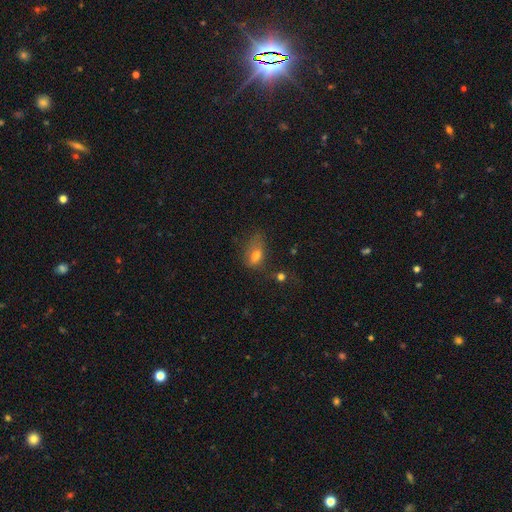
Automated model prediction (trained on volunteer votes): Q: Smooth or featured?
A: smooth (72%); runner-up: featured or disk (16%)
Q: How rounded?
A: in between (82%); runner-up: round (13%)
Q: Merging?
A: major disturbance (31%); tied with: none (31%)